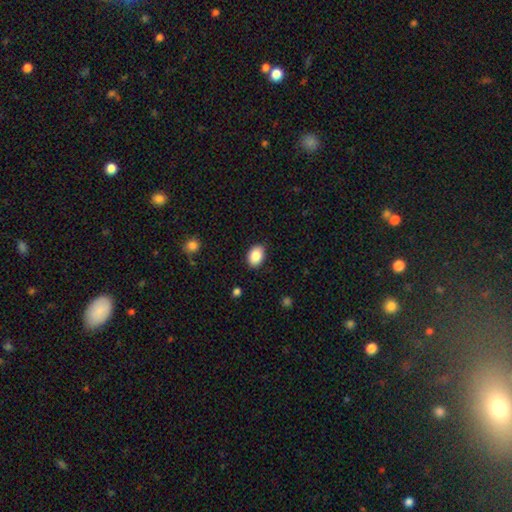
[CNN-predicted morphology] Overall: smooth (88%). How rounded: in between (80%). Merging: none (87%).